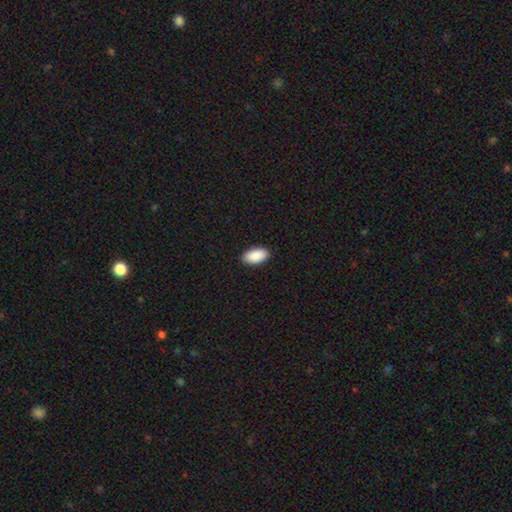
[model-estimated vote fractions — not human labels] smooth 91%, star or artifact 6%, featured or disk 3%. Down the decision tree: how rounded — in between (95%); merging — none (91%).